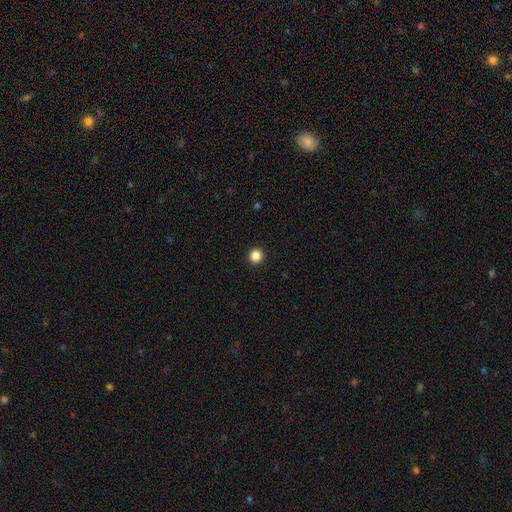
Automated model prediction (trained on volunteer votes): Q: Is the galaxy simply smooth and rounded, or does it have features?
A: smooth — 86%.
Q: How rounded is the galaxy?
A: round — 95%.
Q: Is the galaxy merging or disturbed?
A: none — 94%.